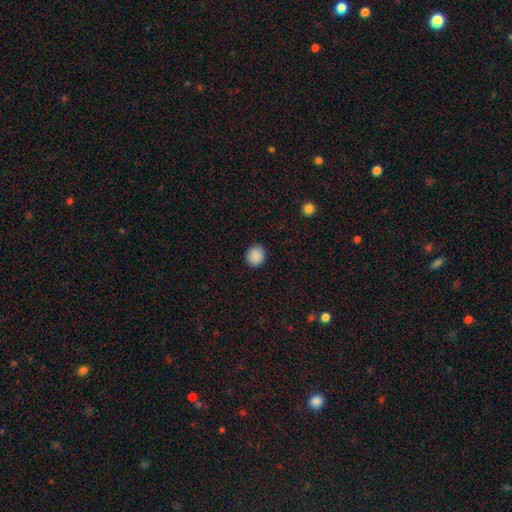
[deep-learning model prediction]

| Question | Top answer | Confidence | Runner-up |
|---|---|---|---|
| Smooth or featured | smooth | 89% | star or artifact (8%) |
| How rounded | round | 86% | in between (13%) |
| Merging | none | 90% | minor disturbance (7%) |